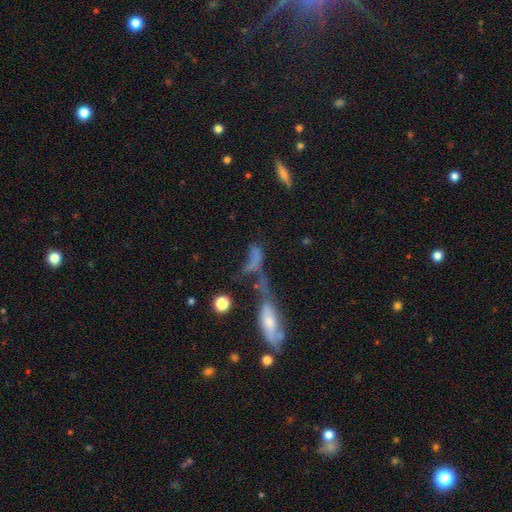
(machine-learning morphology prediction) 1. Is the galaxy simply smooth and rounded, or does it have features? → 47% smooth, 34% featured or disk, 19% star or artifact.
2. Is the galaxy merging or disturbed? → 42% merger, 23% major disturbance, 23% none, 12% minor disturbance.